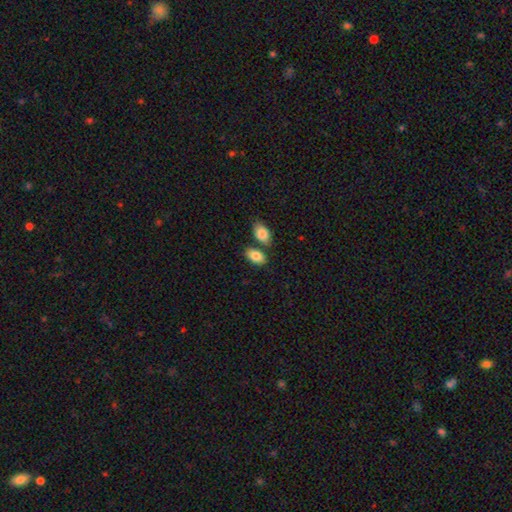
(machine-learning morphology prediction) smooth-or-featured: smooth: 84% | featured or disk: 9% | star or artifact: 7%
  how-rounded: in between: 92% | round: 7% | cigar-shaped: 2%
  merging: none: 63% | merger: 23% | minor disturbance: 11% | major disturbance: 3%